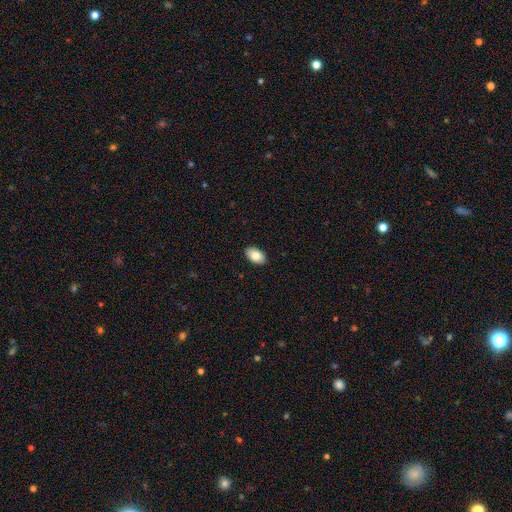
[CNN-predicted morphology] Overall: smooth (82%). How rounded: in between (92%). Merging: none (90%).